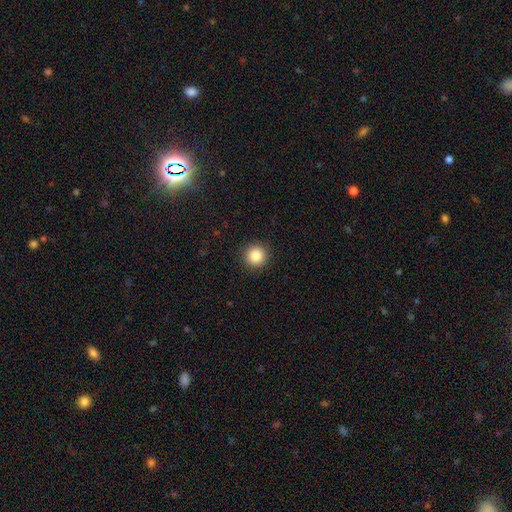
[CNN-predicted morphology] Smooth or featured: smooth — 86% (star or artifact — 10%)
How rounded: round — 95% (in between — 4%)
Merging: none — 92% (minor disturbance — 5%)